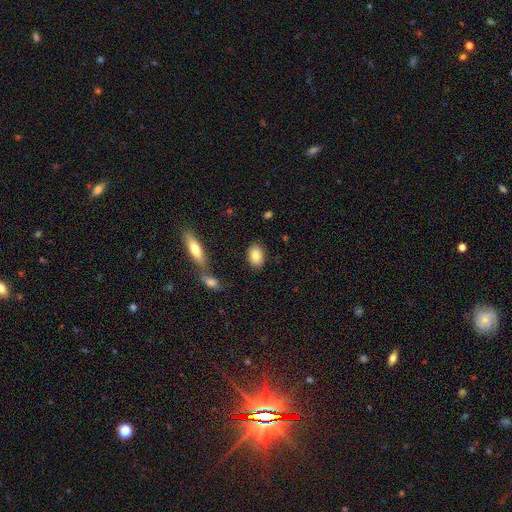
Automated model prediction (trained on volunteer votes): This is clearly a smooth galaxy (83%). How rounded: clearly in between (84%). Merging: clearly none (85%).